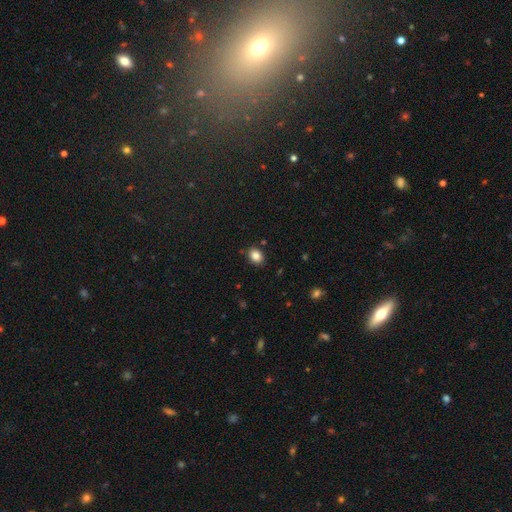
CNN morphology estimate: This is clearly a smooth galaxy (85%). How rounded: likely in between (65%). Merging: clearly none (85%).